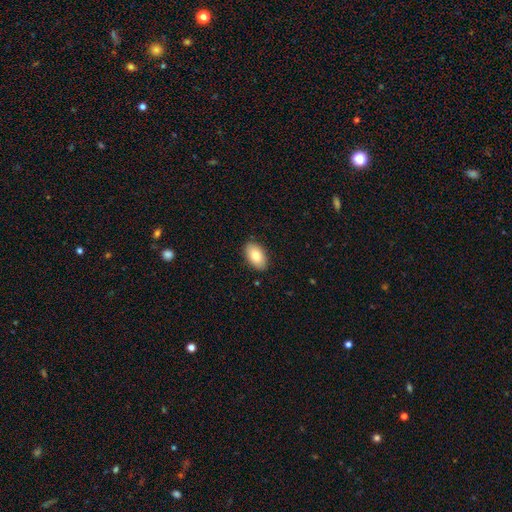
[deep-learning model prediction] A smooth galaxy with no disk features (83%) that is in between round and cigar-shaped (94%).

Vote fractions:
- Smooth or featured? smooth: 83% / featured or disk: 11% / star or artifact: 7%
- How rounded? in between: 94% / round: 5% / cigar-shaped: 2%
- Merging? none: 88% / minor disturbance: 9% / major disturbance: 2% / merger: 1%